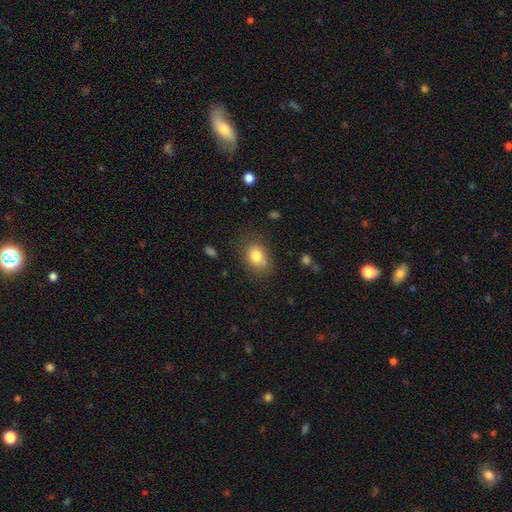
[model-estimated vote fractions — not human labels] Smooth or featured: smooth — 80% (featured or disk — 10%)
How rounded: in between — 61% (round — 38%)
Merging: none — 64% (minor disturbance — 23%)